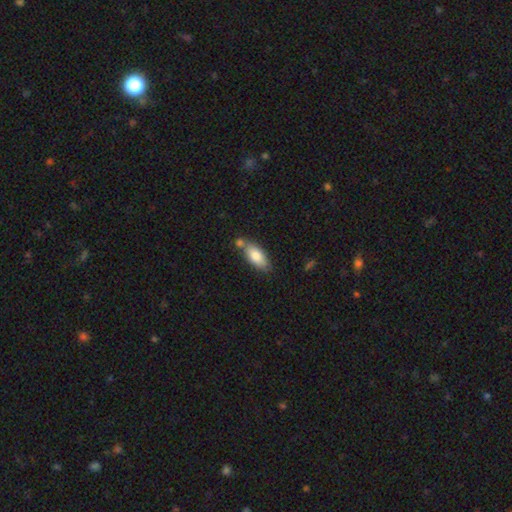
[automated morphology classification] smooth 79%, featured or disk 15%, star or artifact 6%. Down the decision tree: how rounded — in between (83%); merging — none (60%).